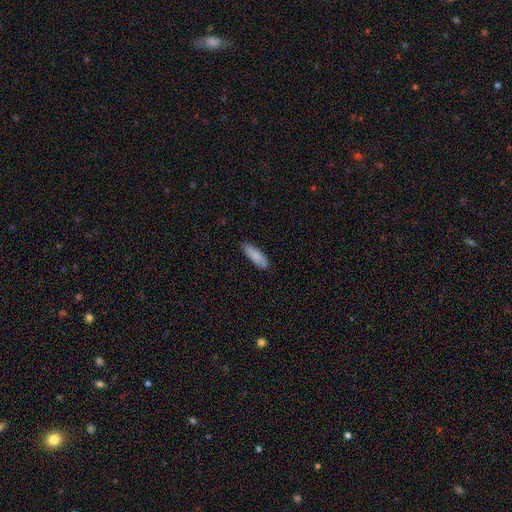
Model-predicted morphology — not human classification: Smooth or featured? Predicted: smooth (p=0.86). How rounded? Predicted: in between (p=0.54). Merging? Predicted: none (p=0.87).